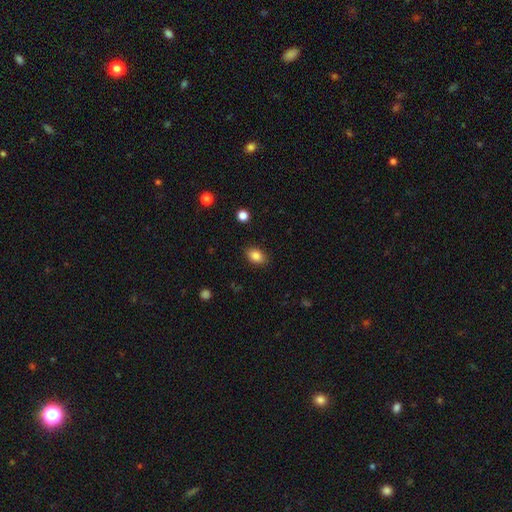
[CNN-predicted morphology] The model was most divided on "how rounded": in between: 83%, round: 16%, cigar-shaped: 2%. More confident: merging — none (87%); smooth or featured — smooth (85%).